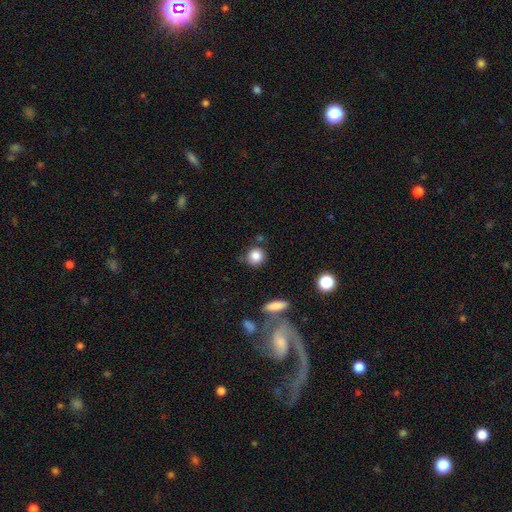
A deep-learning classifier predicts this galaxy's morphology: type=smooth (85%); roundness=round (86%); merging=none (76%).